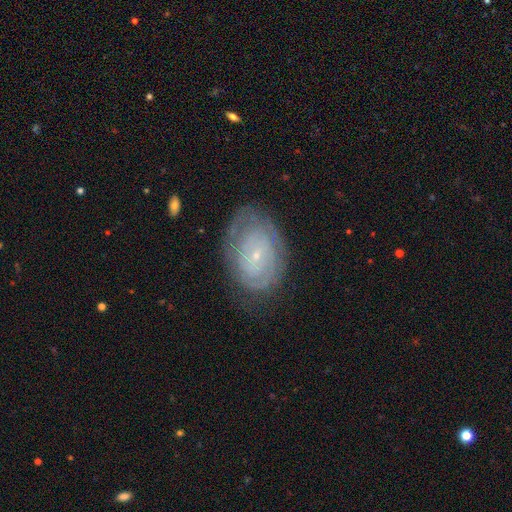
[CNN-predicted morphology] Smooth or featured? Predicted: featured or disk (p=0.73). Edge-on disk? Predicted: no (p=0.96). Bar? Predicted: no (p=0.73). Spiral arms? Predicted: yes (p=0.81). Spiral winding? Predicted: tight (p=0.77). Spiral arm count? Predicted: can't tell (p=0.57). Bulge size? Predicted: small (p=0.86). Merging? Predicted: none (p=0.72).